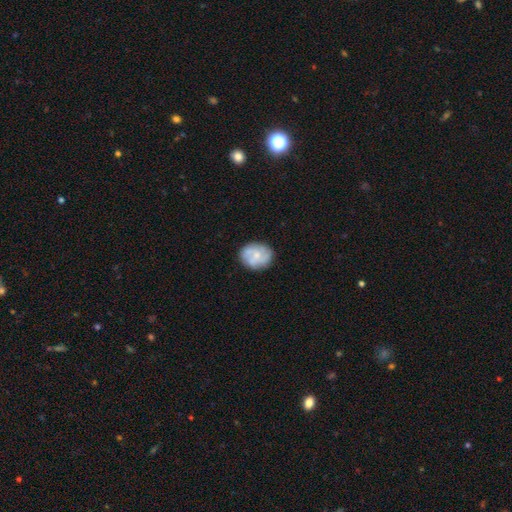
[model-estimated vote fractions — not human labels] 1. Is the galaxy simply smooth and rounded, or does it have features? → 54% featured or disk, 39% smooth, 7% star or artifact.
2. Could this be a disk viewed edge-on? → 98% no, 2% yes.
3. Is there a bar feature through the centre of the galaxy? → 66% no, 30% weak, 4% strong.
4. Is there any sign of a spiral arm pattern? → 77% yes, 23% no.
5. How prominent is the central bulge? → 52% small, 32% moderate, 13% none, 2% large, 1% dominant.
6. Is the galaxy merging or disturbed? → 77% none, 17% minor disturbance, 5% major disturbance, 2% merger.